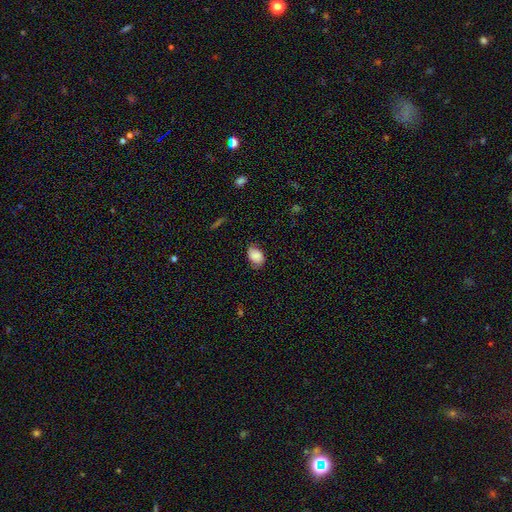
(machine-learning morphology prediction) The model was most divided on "merging": none: 70%, minor disturbance: 24%, major disturbance: 5%, merger: 1%. More confident: smooth or featured — smooth (83%); how rounded — in between (83%).